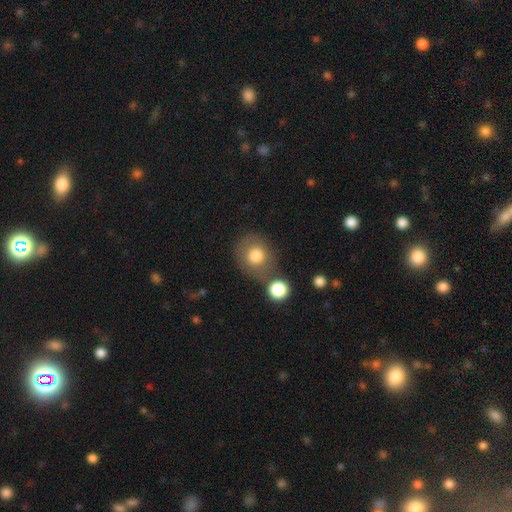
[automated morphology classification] type=smooth (79%); roundness=round (80%); merging=none (62%).